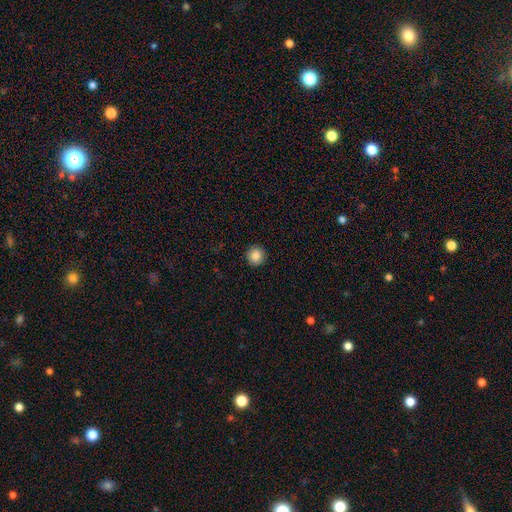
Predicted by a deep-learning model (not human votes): Morphology: type=smooth (85%); roundness=round (96%); merging=none (93%).